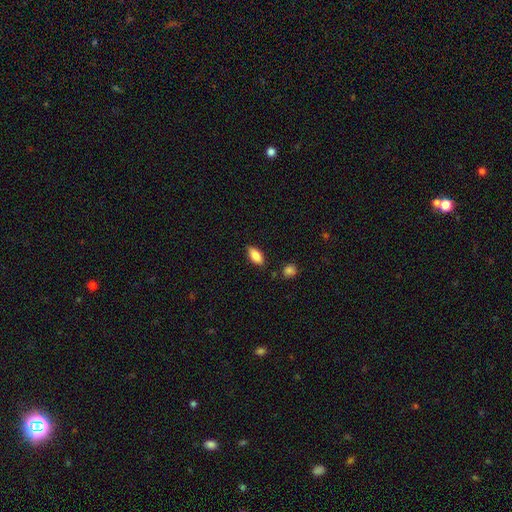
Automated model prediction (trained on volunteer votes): smooth_or_featured: smooth (p=0.82) [alt: featured or disk p=0.11]
how_rounded: in between (p=0.87) [alt: cigar-shaped p=0.10]
merging: none (p=0.82) [alt: minor disturbance p=0.13]